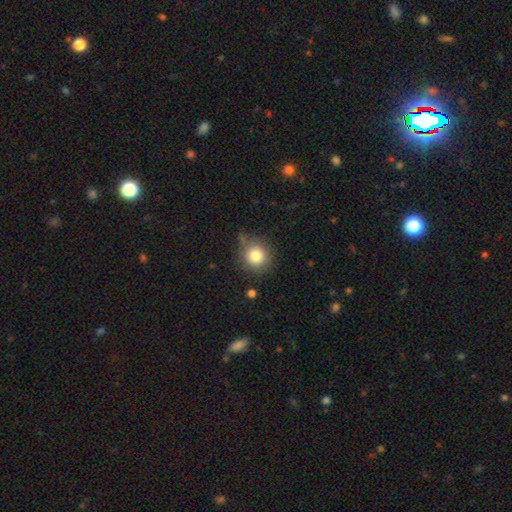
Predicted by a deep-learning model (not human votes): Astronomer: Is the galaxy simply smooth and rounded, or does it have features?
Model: smooth — 82%.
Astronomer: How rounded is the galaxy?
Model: round — 90%.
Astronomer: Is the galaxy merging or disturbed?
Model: none — 76%.